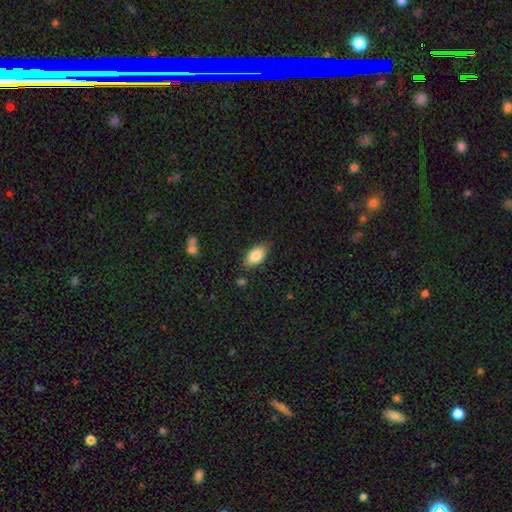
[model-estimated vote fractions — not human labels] A smooth galaxy with no disk features (84%) that is in between round and cigar-shaped (92%). Merging: none (82%).